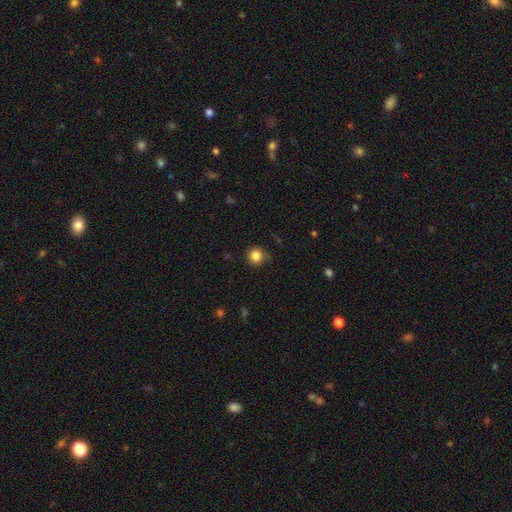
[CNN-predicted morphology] smooth_or_featured: smooth (p=0.85) [alt: star or artifact p=0.11]
how_rounded: round (p=0.93) [alt: in between p=0.06]
merging: none (p=0.85) [alt: minor disturbance p=0.11]